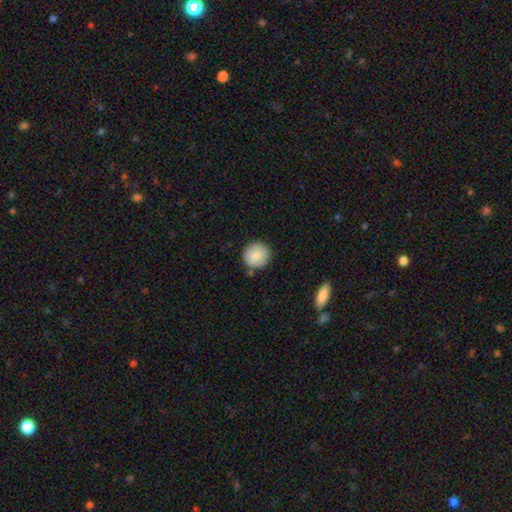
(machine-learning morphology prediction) smooth-or-featured: smooth: 84% | featured or disk: 9% | star or artifact: 7%
  how-rounded: round: 93% | in between: 6% | cigar-shaped: 1%
  merging: none: 84% | minor disturbance: 10% | merger: 3% | major disturbance: 2%